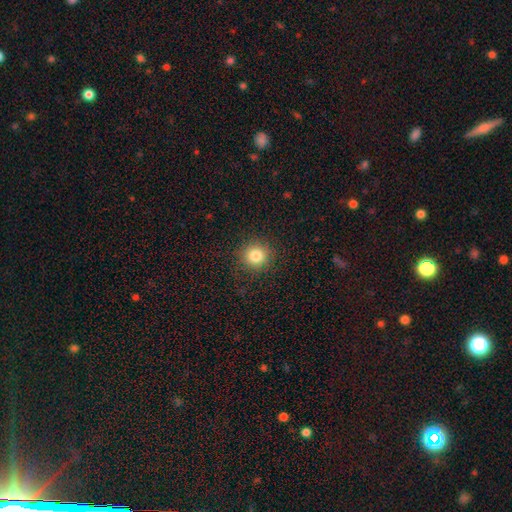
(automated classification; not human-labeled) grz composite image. It shows a smooth galaxy with no disk features (82%) that is round (92%). Merging: none (90%).